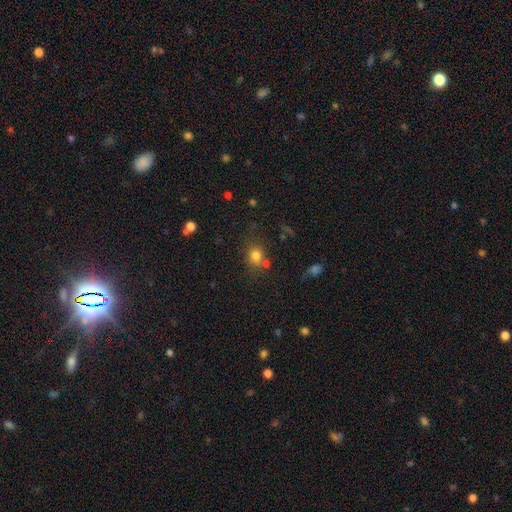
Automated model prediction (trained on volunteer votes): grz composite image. It shows a smooth galaxy with no disk features (77%) that is round (66%). Merging: none (62%).